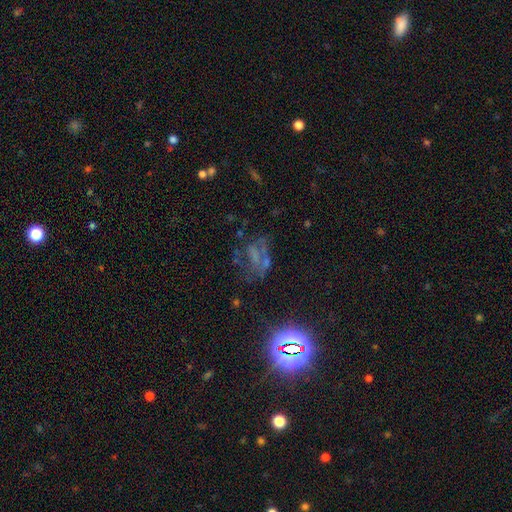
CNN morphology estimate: Overall: star or artifact (40%; featured or disk 37%).